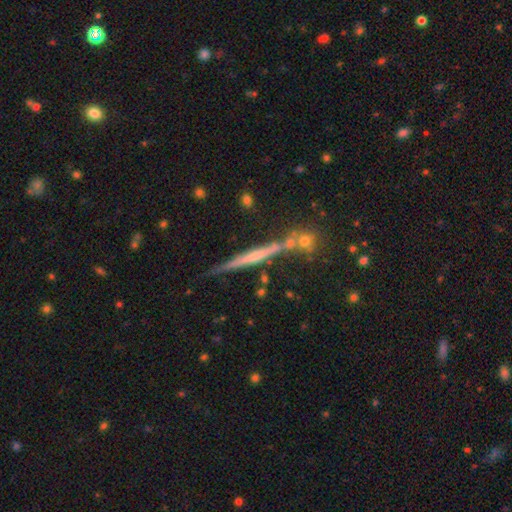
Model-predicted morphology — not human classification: The model was most divided on "smooth or featured": featured or disk: 62%, smooth: 29%, star or artifact: 10%. More confident: edge-on disk — yes (96%); merging — none (78%); edge-on bulge — none (66%).